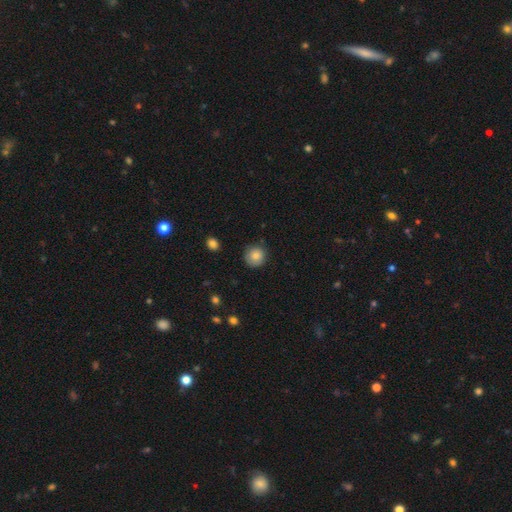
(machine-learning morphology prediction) Smooth or featured? smooth (83%)
How rounded? round (91%)
Merging? none (84%)